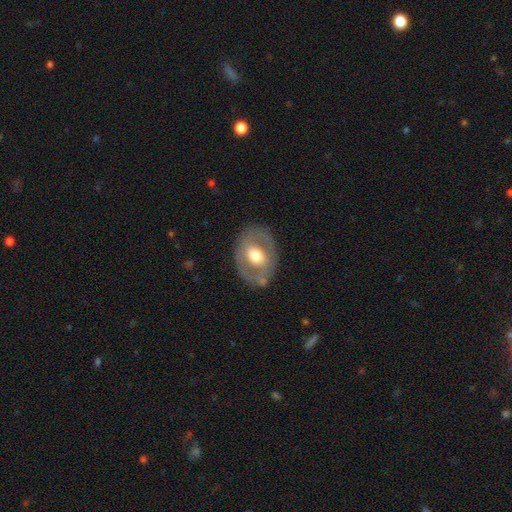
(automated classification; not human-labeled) Smooth or featured?
  - featured or disk: 54% *
  - smooth: 41%
  - star or artifact: 6%
Edge-on disk?
  - no: 93% *
  - yes: 7%
Merging?
  - none: 76% *
  - minor disturbance: 15%
  - major disturbance: 7%
  - merger: 3%